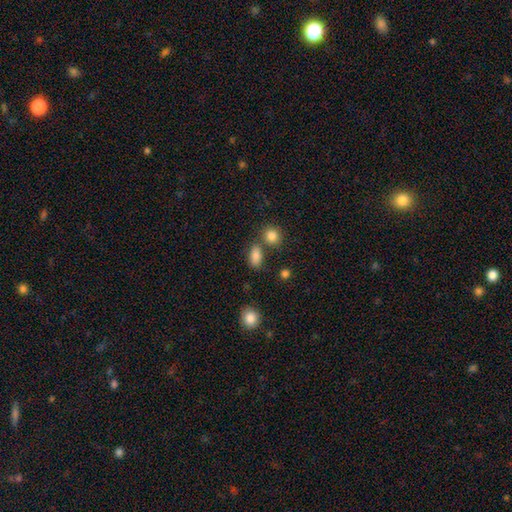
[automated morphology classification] smooth 85%, star or artifact 10%, featured or disk 6%. Down the decision tree: how rounded — in between (85%); merging — none (67%).